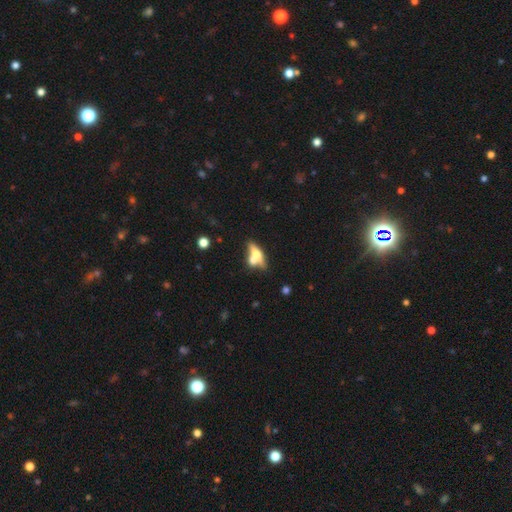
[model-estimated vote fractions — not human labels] A smooth galaxy with no disk features (48%).

Vote fractions:
- Smooth or featured? smooth: 48% / featured or disk: 43% / star or artifact: 8%
- Merging? merger: 42% / none: 40% / minor disturbance: 11% / major disturbance: 6%